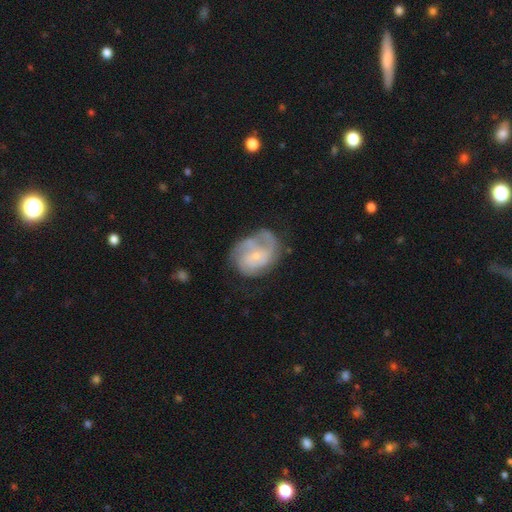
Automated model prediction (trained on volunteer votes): Smooth or featured? featured or disk (70%)
Edge-on disk? no (98%)
Bar? no (70%)
Spiral arms? yes (82%)
Spiral winding? medium (41%)
Spiral arm count? can't tell (34%)
Bulge size? small (72%)
Merging? none (48%)